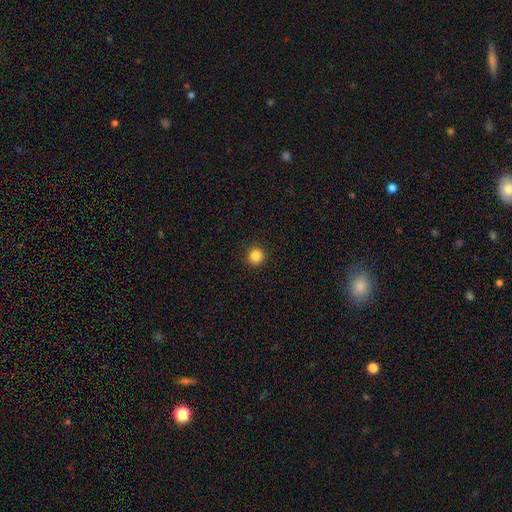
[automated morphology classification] smooth_or_featured: smooth (p=0.85) [alt: star or artifact p=0.11]
how_rounded: round (p=0.94) [alt: in between p=0.05]
merging: none (p=0.93) [alt: minor disturbance p=0.05]